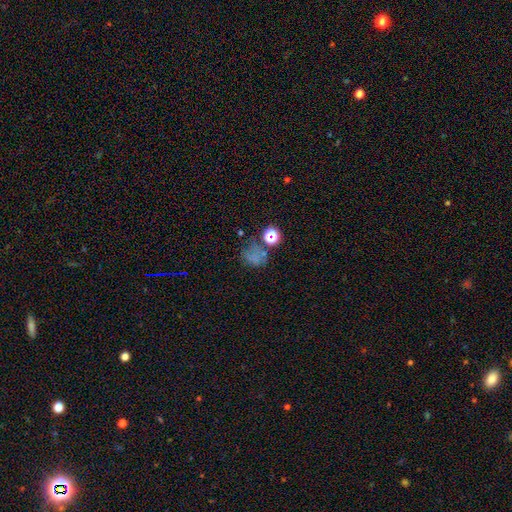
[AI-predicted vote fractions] Smooth or featured?
  - smooth: 50% *
  - star or artifact: 32%
  - featured or disk: 17%
How rounded?
  - round: 65% *
  - in between: 34%
  - cigar-shaped: 1%
Merging?
  - none: 46% *
  - major disturbance: 21%
  - minor disturbance: 19%
  - merger: 14%